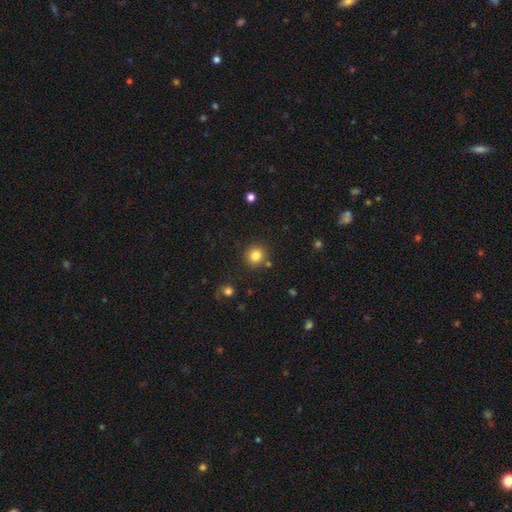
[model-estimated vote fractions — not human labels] A smooth galaxy with no disk features (83%) that is round (92%).

Vote fractions:
- Smooth or featured? smooth: 83% / star or artifact: 12% / featured or disk: 6%
- How rounded? round: 92% / in between: 7% / cigar-shaped: 1%
- Merging? none: 85% / minor disturbance: 7% / merger: 5% / major disturbance: 3%